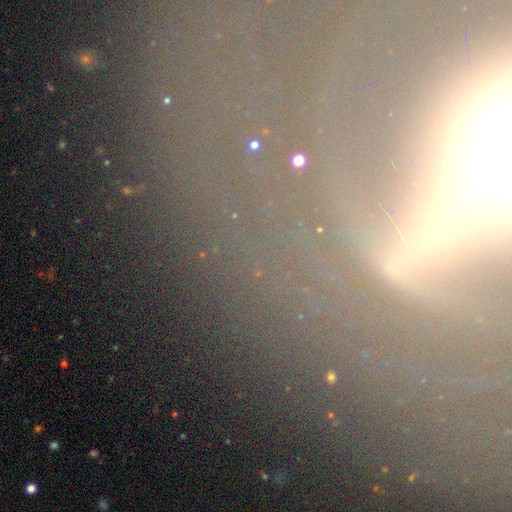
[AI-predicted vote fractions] A featured or disk galaxy (50%). Merging: none (70%).